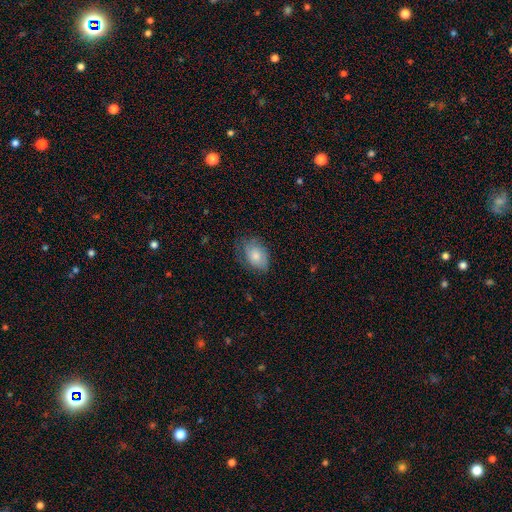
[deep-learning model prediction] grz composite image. It shows a smooth galaxy with no disk features (74%) that is in between round and cigar-shaped (86%). Merging: none (62%).